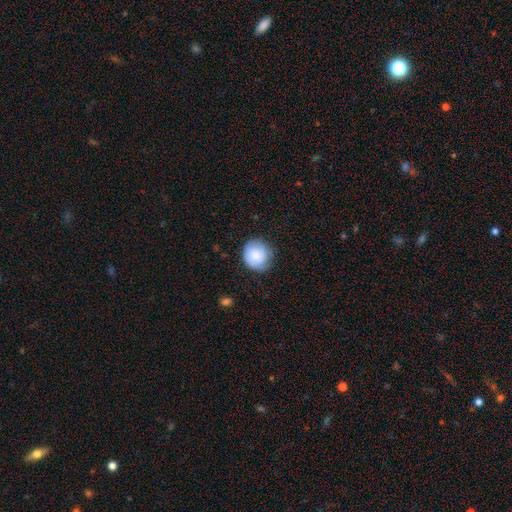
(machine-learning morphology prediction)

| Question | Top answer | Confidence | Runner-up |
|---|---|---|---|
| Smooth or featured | smooth | 79% | featured or disk (14%) |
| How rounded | round | 84% | in between (15%) |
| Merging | none | 72% | minor disturbance (22%) |